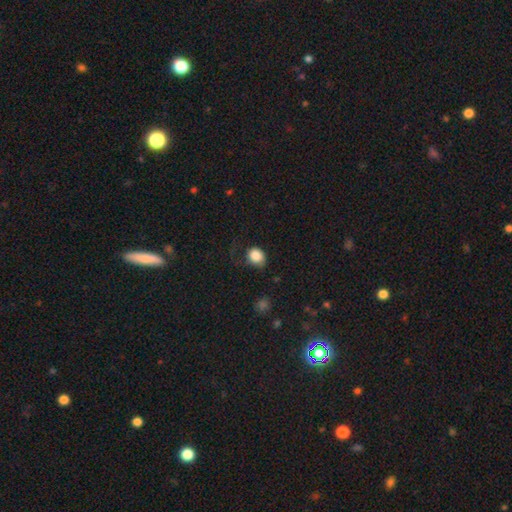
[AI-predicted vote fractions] This appears to be a smooth galaxy with no disk features (86%) that is round (62%). Merging: none (54%).